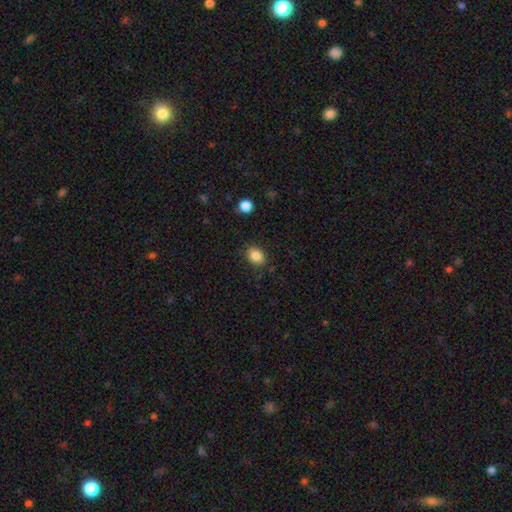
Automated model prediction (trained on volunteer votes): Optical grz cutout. It shows a smooth galaxy with no disk features (85%) that is in between round and cigar-shaped (61%). Merging: none (84%).